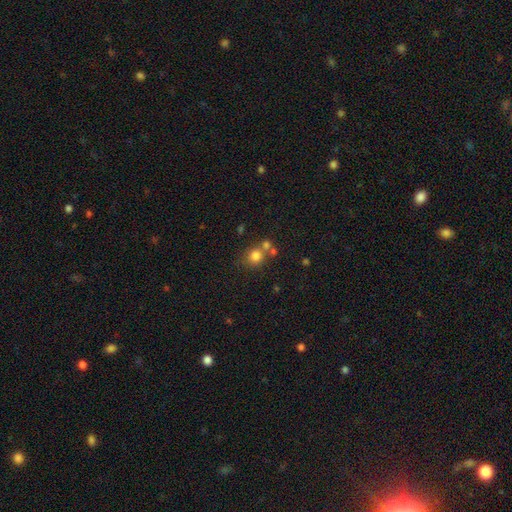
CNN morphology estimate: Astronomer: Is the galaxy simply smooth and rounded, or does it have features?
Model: smooth — 78%.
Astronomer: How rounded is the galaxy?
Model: round — 83%.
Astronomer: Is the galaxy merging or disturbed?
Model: none — 59%.